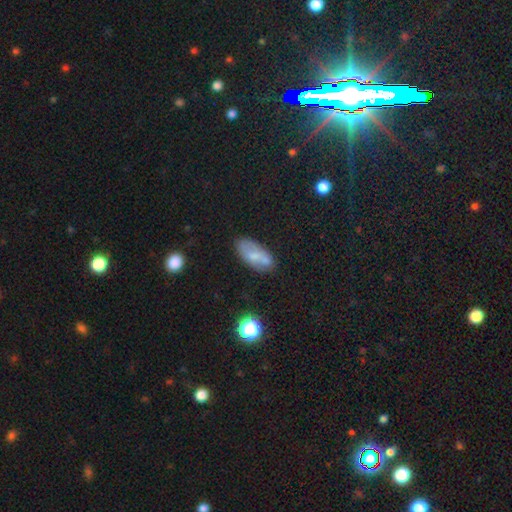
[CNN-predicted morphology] This appears to be a smooth galaxy with no disk features (59%) that is in between round and cigar-shaped (89%). Merging: none (63%).